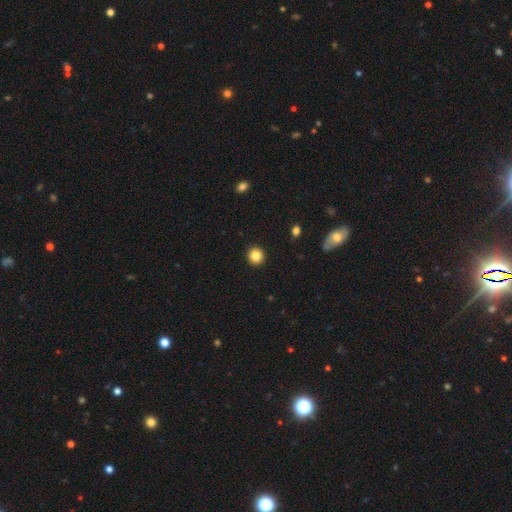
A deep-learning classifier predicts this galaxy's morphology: This is clearly a smooth galaxy (85%). How rounded: clearly round (93%). Merging: clearly none (93%).